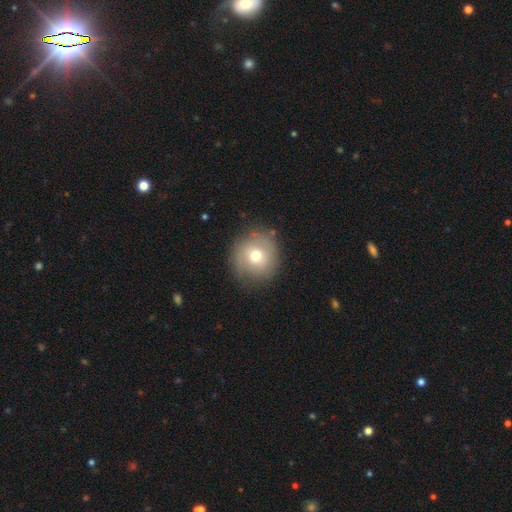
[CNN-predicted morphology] type=smooth (68%); roundness=round (92%); merging=none (82%).